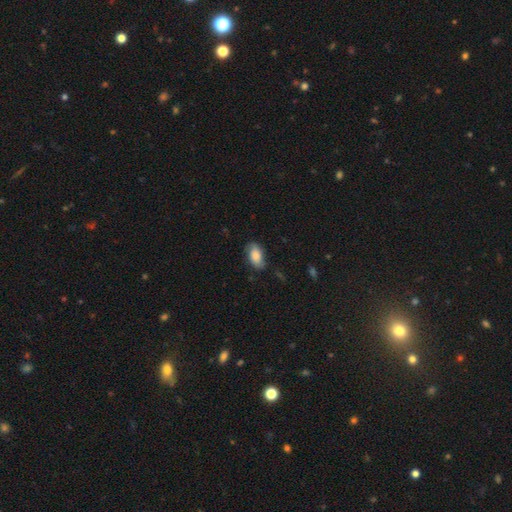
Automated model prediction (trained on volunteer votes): A smooth galaxy with no disk features (76%) that is in between round and cigar-shaped (92%).

Vote fractions:
- Smooth or featured? smooth: 76% / featured or disk: 17% / star or artifact: 7%
- How rounded? in between: 92% / round: 5% / cigar-shaped: 3%
- Merging? none: 70% / minor disturbance: 22% / major disturbance: 6% / merger: 1%